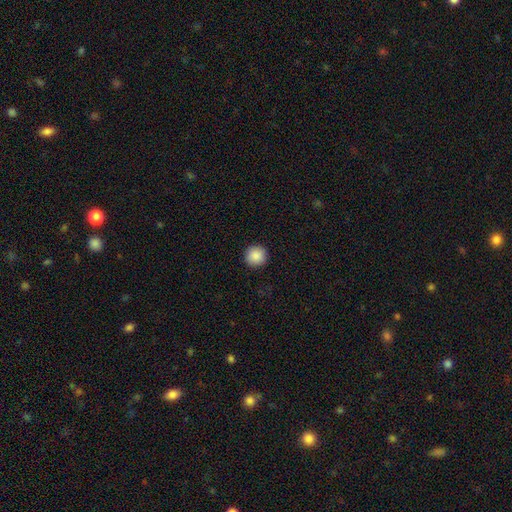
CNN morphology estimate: This is clearly a smooth galaxy (89%). How rounded: clearly round (95%). Merging: clearly none (92%).